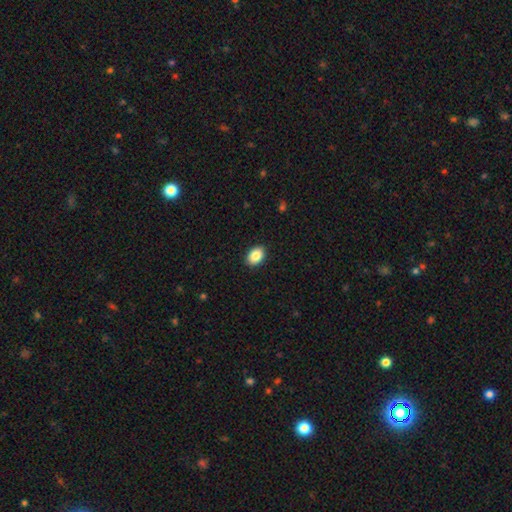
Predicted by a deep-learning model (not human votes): smooth_or_featured: smooth (p=0.87) [alt: star or artifact p=0.08]
how_rounded: in between (p=0.80) [alt: round p=0.19]
merging: none (p=0.90) [alt: minor disturbance p=0.07]